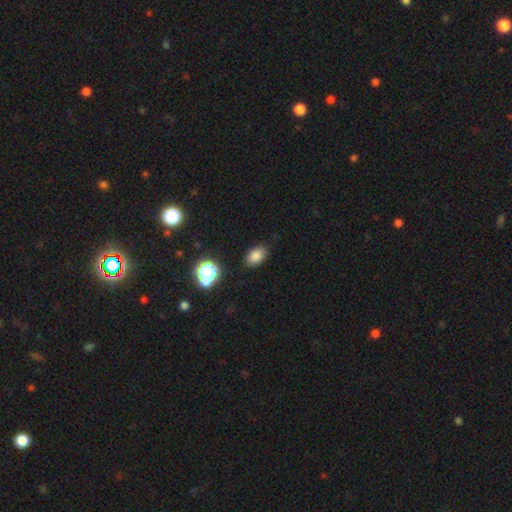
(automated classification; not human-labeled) Overall: smooth (81%). How rounded: in between (82%). Merging: none (85%).